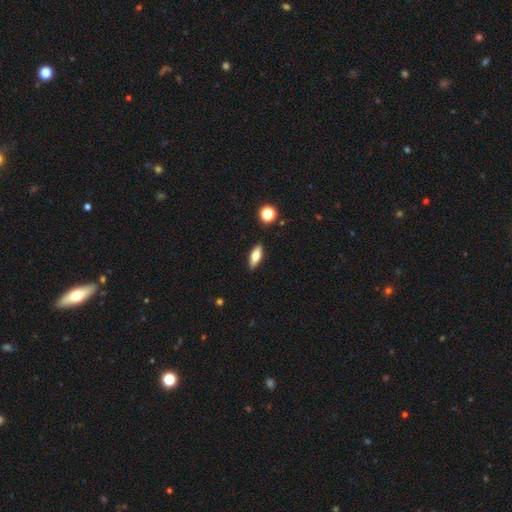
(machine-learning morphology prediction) A smooth galaxy with no disk features (66%) that is in between round and cigar-shaped (62%). Merging: none (88%).